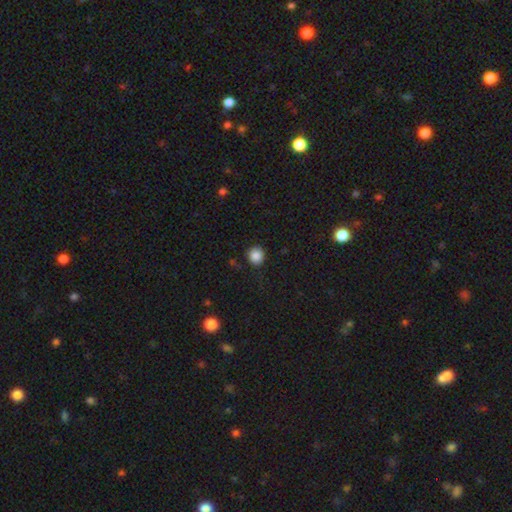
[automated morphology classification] Q: Smooth or featured?
A: smooth (86%); runner-up: star or artifact (10%)
Q: How rounded?
A: round (91%); runner-up: in between (8%)
Q: Merging?
A: none (87%); runner-up: minor disturbance (9%)